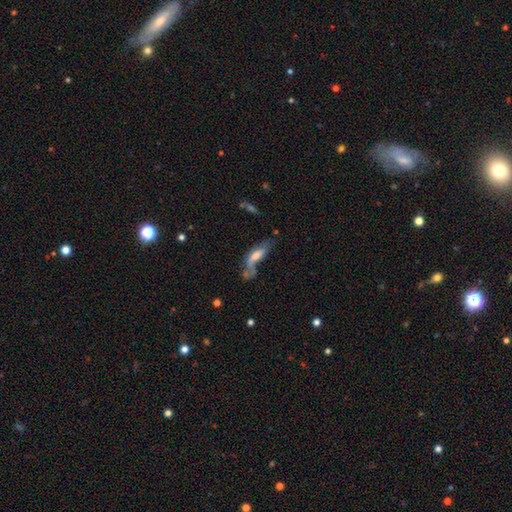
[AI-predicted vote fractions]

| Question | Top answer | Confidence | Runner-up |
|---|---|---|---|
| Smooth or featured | smooth | 52% | featured or disk (39%) |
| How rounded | in between | 52% | cigar-shaped (45%) |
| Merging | major disturbance | 34% | none (27%) |